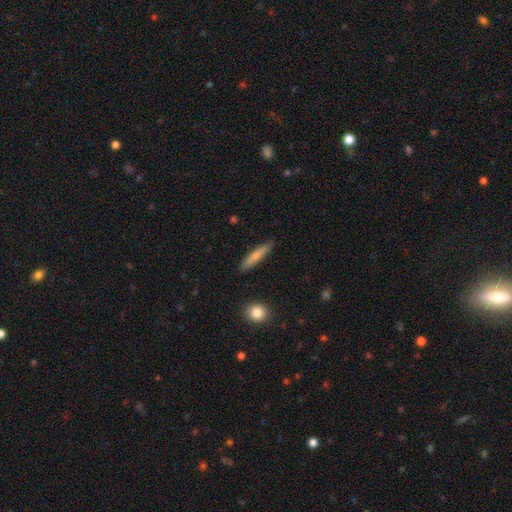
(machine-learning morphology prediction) Smooth or featured?
  - smooth: 68% *
  - featured or disk: 26%
  - star or artifact: 6%
How rounded?
  - cigar-shaped: 88% *
  - in between: 10%
  - round: 2%
Merging?
  - none: 88% *
  - minor disturbance: 9%
  - major disturbance: 2%
  - merger: 2%